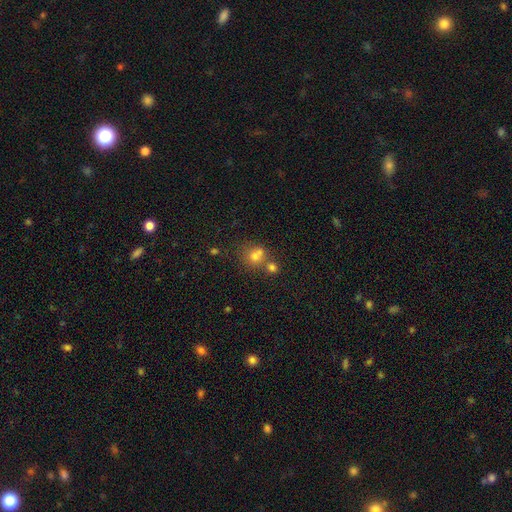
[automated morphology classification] type=smooth (68%); roundness=round (78%); merging=merger (45%).